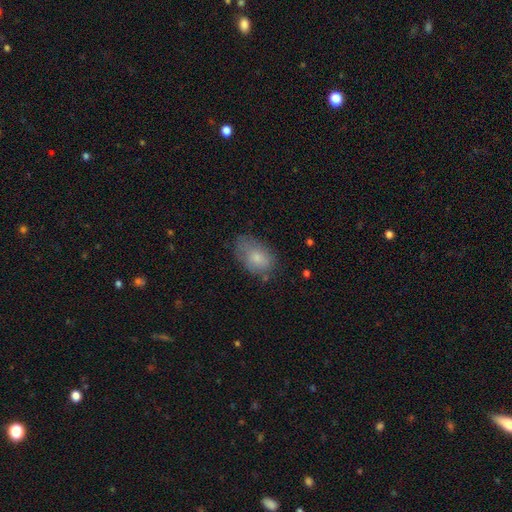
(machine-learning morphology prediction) Smooth or featured: smooth — 74% (featured or disk — 17%)
How rounded: in between — 87% (round — 12%)
Merging: none — 64% (minor disturbance — 27%)